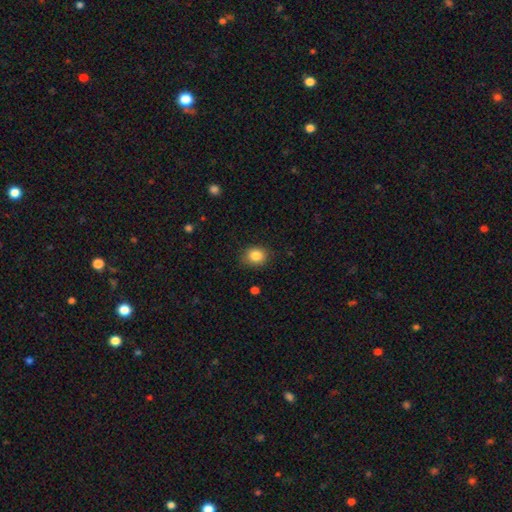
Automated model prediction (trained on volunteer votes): Smooth or featured? smooth (85%)
How rounded? round (57%)
Merging? none (84%)